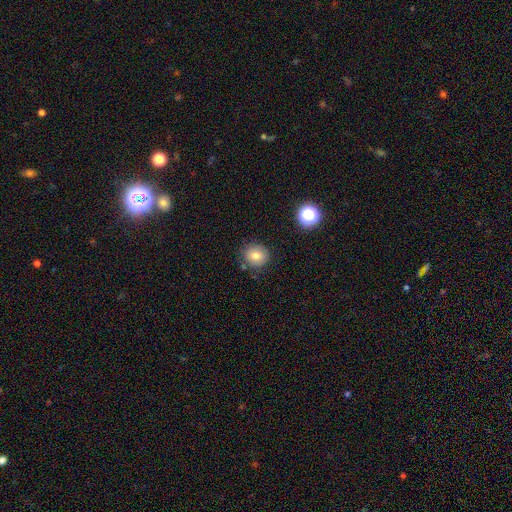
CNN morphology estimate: smooth_or_featured: smooth (p=0.76) [alt: star or artifact p=0.12]
how_rounded: round (p=0.85) [alt: in between p=0.14]
merging: none (p=0.82) [alt: minor disturbance p=0.12]